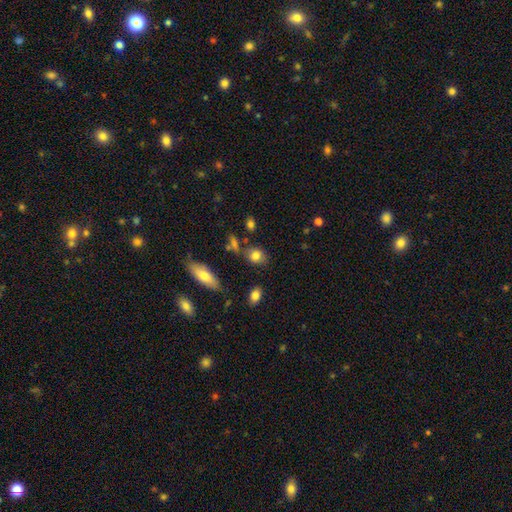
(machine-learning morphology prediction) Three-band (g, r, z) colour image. It shows a smooth galaxy with no disk features (81%) that is in between round and cigar-shaped (54%). Merging: none (72%).